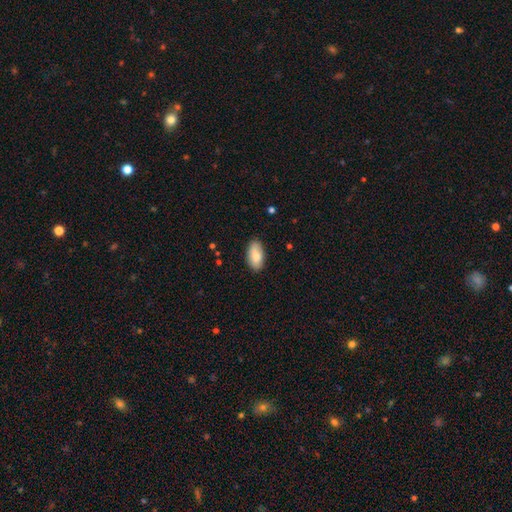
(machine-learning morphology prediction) smooth 82%, featured or disk 12%, star or artifact 6%. Down the decision tree: how rounded — in between (94%); merging — none (85%).